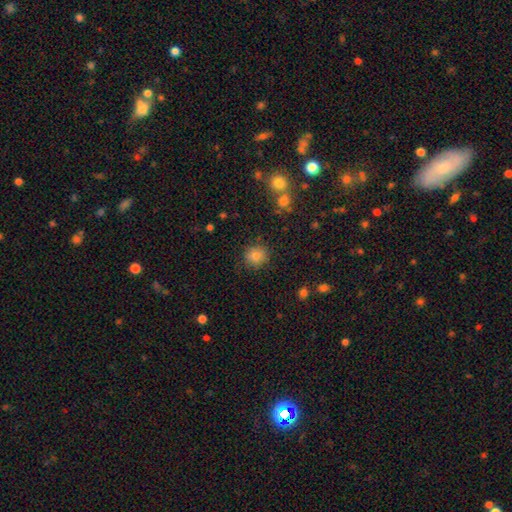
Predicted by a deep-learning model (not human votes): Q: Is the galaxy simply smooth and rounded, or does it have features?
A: smooth — 80%.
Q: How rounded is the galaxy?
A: round — 83%.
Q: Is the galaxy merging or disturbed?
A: none — 87%.